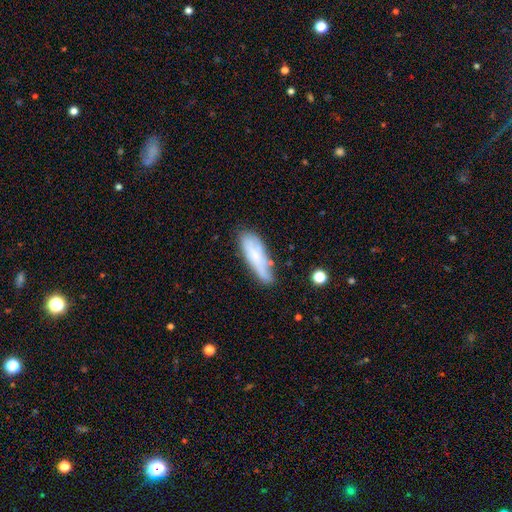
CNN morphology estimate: Overall: smooth (62%; featured or disk 30%). How rounded: cigar-shaped (52%; in between 46%). Merging: none (61%; minor disturbance 27%).